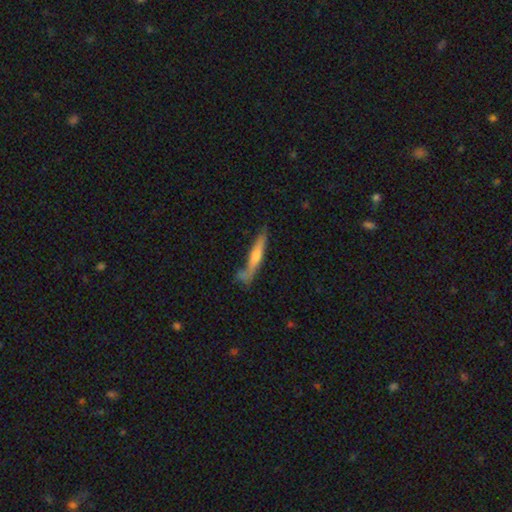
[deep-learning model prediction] Smooth or featured: featured or disk — 53% (smooth — 41%)
Edge-on disk: yes — 91% (no — 9%)
Merging: none — 65% (minor disturbance — 19%)